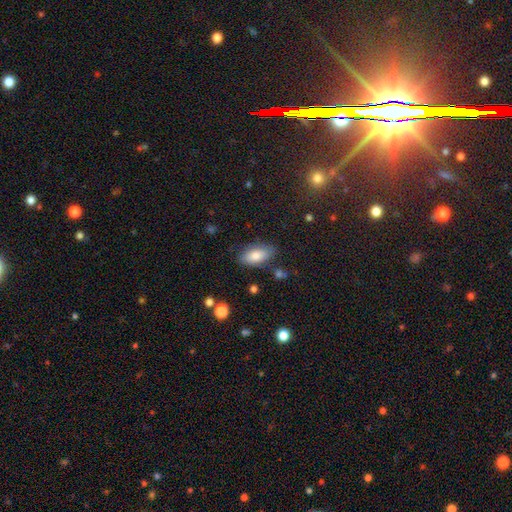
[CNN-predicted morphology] smooth_or_featured: smooth (p=0.80) [alt: featured or disk p=0.13]
how_rounded: in between (p=0.91) [alt: cigar-shaped p=0.06]
merging: none (p=0.78) [alt: minor disturbance p=0.16]